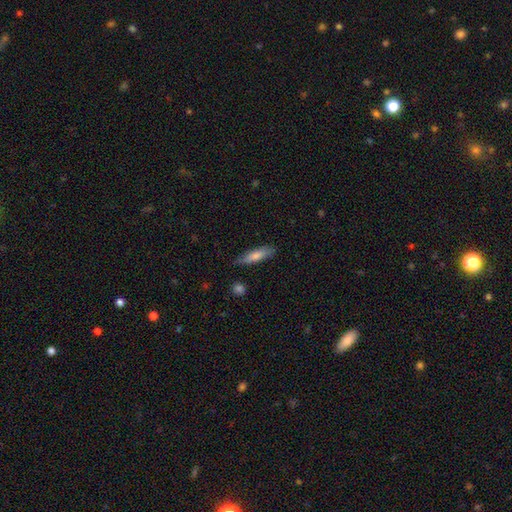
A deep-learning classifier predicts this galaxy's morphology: Smooth or featured? Predicted: smooth (p=0.76). How rounded? Predicted: cigar-shaped (p=0.70). Merging? Predicted: none (p=0.78).